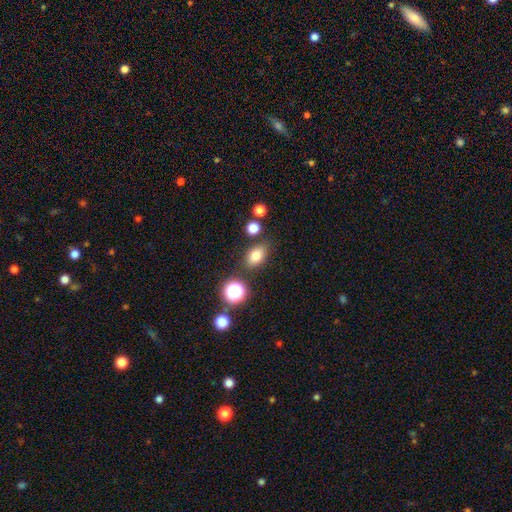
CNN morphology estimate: This is likely a smooth galaxy (78%). How rounded: likely in between (75%). Merging: likely none (79%).